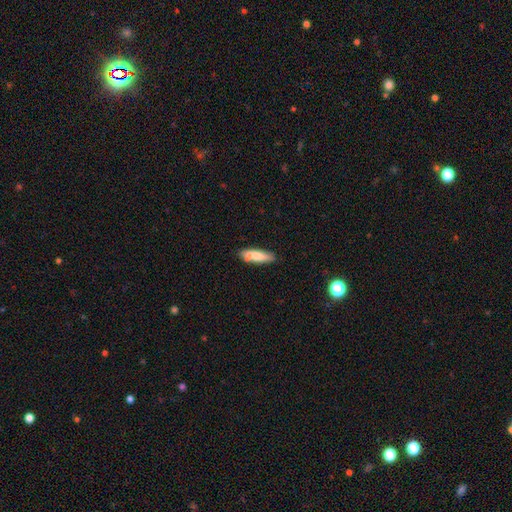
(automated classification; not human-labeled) Overall: smooth (75%). How rounded: cigar-shaped (59%; in between 39%). Merging: none (68%).